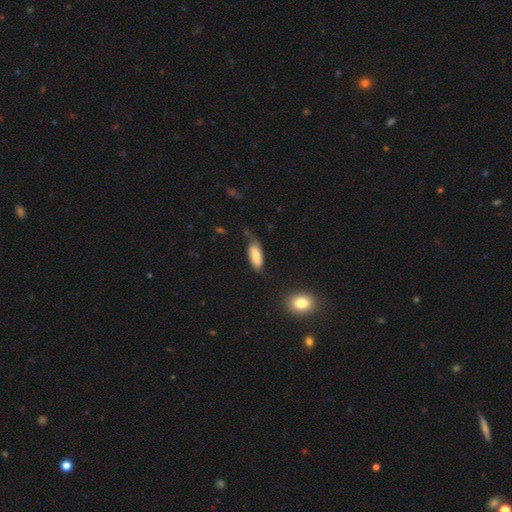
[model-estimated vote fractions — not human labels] Smooth or featured: smooth — 70% (featured or disk — 23%)
How rounded: in between — 82% (cigar-shaped — 16%)
Merging: none — 51% (minor disturbance — 33%)